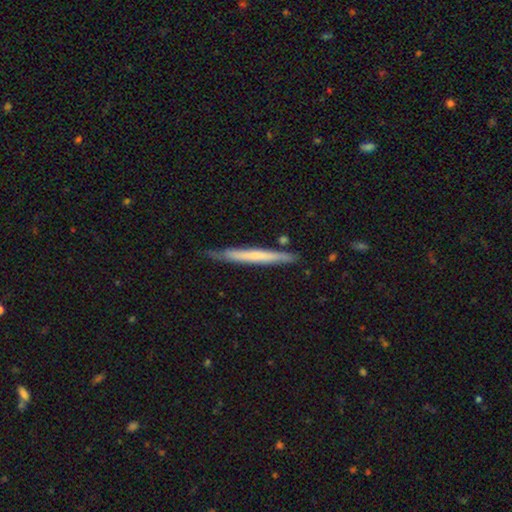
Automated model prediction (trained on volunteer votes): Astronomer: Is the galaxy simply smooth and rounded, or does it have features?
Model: smooth — 51% (runner-up: featured or disk, 43%).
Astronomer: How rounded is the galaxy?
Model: cigar-shaped — 97%.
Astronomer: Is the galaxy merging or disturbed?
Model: none — 79%.